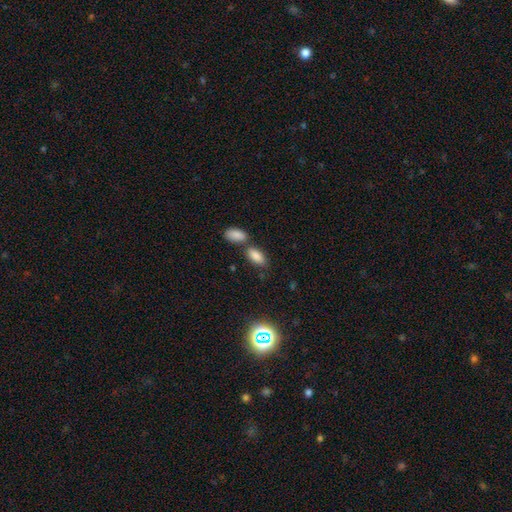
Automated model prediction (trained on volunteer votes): Q: Smooth or featured?
A: smooth (84%); runner-up: star or artifact (9%)
Q: How rounded?
A: in between (89%); runner-up: cigar-shaped (8%)
Q: Merging?
A: none (55%); runner-up: merger (31%)